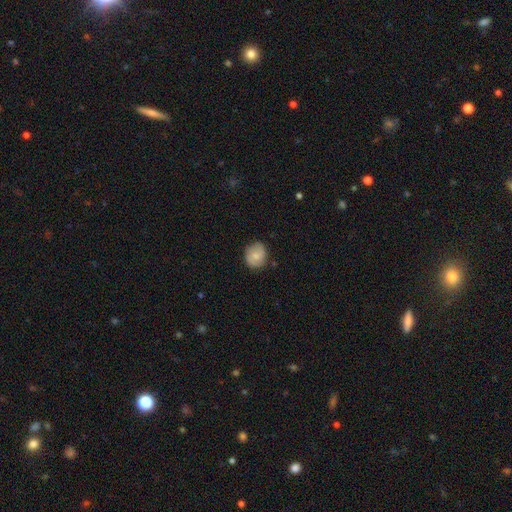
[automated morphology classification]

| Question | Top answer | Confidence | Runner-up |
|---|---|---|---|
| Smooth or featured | smooth | 67% | featured or disk (26%) |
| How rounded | round | 70% | in between (29%) |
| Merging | none | 76% | minor disturbance (18%) |